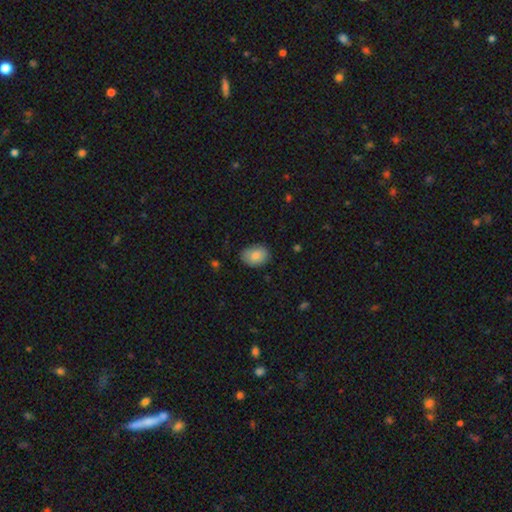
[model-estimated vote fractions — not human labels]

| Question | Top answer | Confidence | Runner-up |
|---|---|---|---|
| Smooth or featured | smooth | 85% | featured or disk (8%) |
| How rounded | in between | 77% | round (22%) |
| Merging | none | 78% | minor disturbance (18%) |